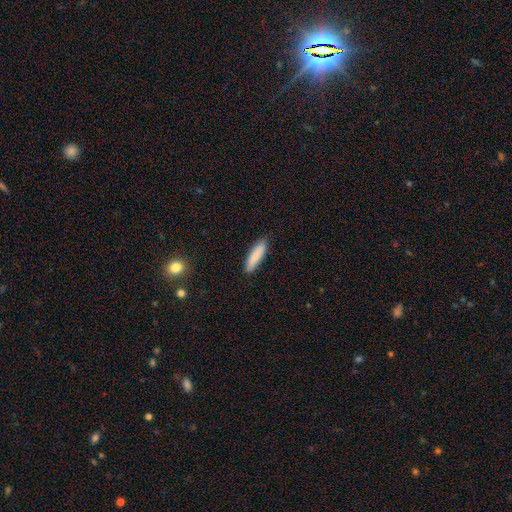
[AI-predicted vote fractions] This is clearly a smooth galaxy (84%). How rounded: likely cigar-shaped (62%). Merging: clearly none (84%).